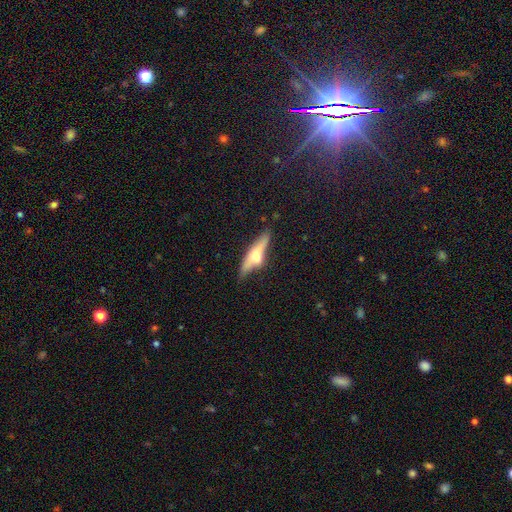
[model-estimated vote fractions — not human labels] Q: Smooth or featured?
A: featured or disk (57%); runner-up: smooth (37%)
Q: Edge-on disk?
A: yes (89%); runner-up: no (11%)
Q: Edge-on bulge?
A: rounded (87%); runner-up: boxy (8%)
Q: Merging?
A: none (67%); runner-up: minor disturbance (21%)